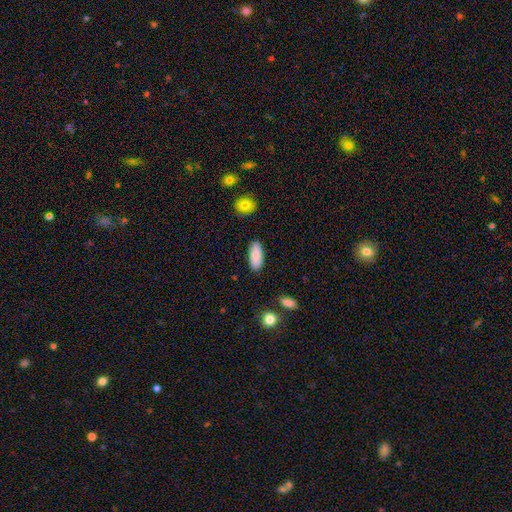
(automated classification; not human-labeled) Smooth or featured: smooth — 87% (featured or disk — 7%)
How rounded: in between — 84% (cigar-shaped — 14%)
Merging: none — 86% (minor disturbance — 10%)